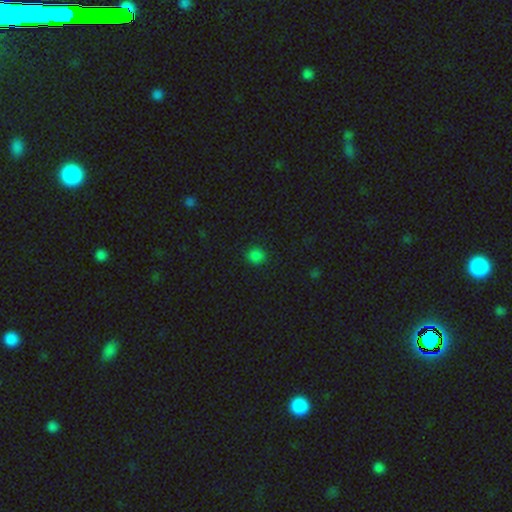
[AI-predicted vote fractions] The model was most divided on "smooth or featured": smooth: 81%, star or artifact: 16%, featured or disk: 3%. More confident: merging — none (89%); how rounded — round (87%).